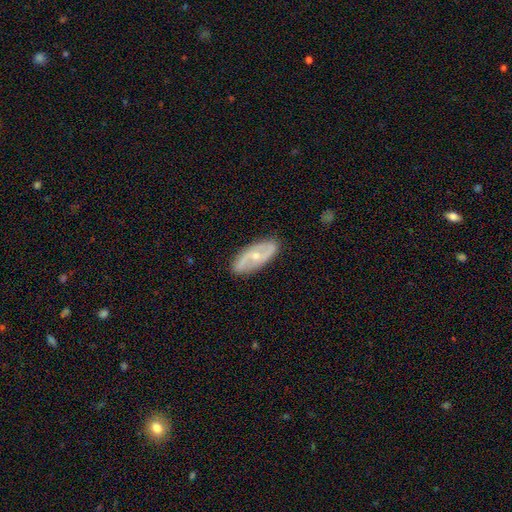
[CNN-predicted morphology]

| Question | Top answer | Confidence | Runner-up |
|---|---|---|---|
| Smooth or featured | featured or disk | 74% | smooth (21%) |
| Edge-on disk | no | 89% | yes (11%) |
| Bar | no | 52% | weak (33%) |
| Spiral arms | yes | 85% | no (15%) |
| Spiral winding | loose | 42% | medium (38%) |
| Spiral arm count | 2 | 87% | can't tell (8%) |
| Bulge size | small | 59% | moderate (38%) |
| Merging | none | 86% | minor disturbance (11%) |